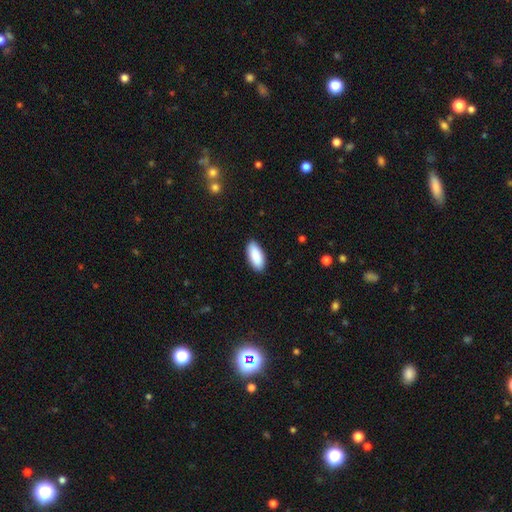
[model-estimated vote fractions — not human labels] smooth 90%, star or artifact 5%, featured or disk 5%. Down the decision tree: how rounded — in between (90%); merging — none (89%).